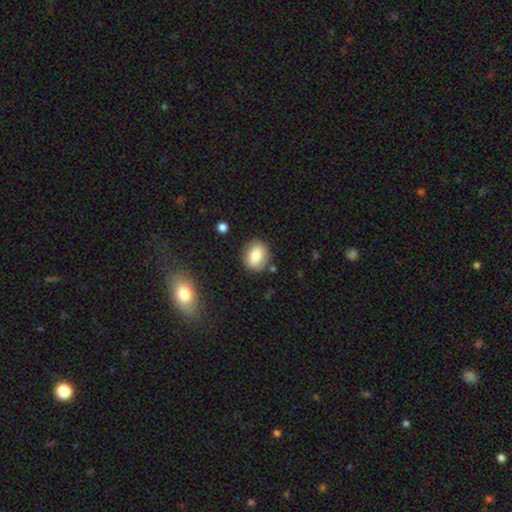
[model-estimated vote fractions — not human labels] Smooth or featured: smooth — 81% (featured or disk — 11%)
How rounded: round — 52% (in between — 47%)
Merging: none — 82% (minor disturbance — 12%)